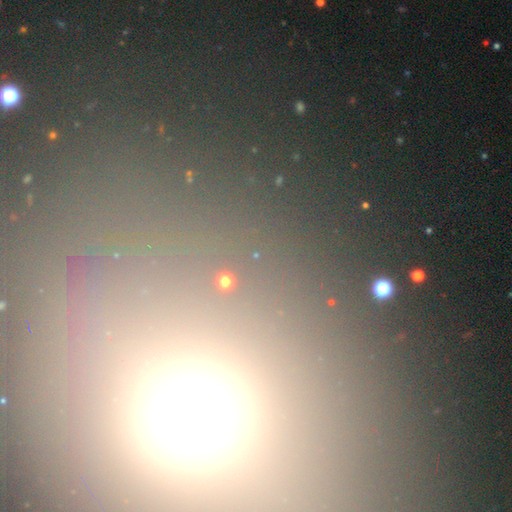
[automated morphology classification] type=star or artifact (64%).